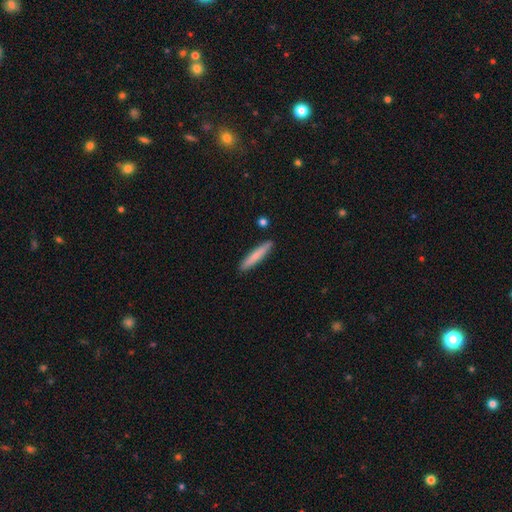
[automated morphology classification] Smooth or featured? smooth (74%)
How rounded? cigar-shaped (93%)
Merging? none (88%)